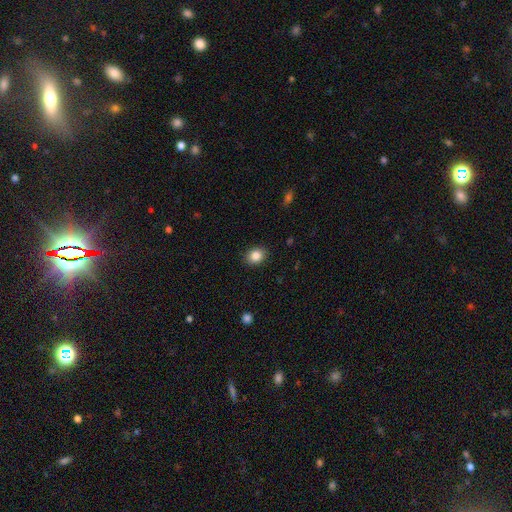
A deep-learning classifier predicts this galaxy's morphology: The model was most divided on "how rounded": round: 51%, in between: 48%, cigar-shaped: 1%. More confident: merging — none (89%); smooth or featured — smooth (85%).